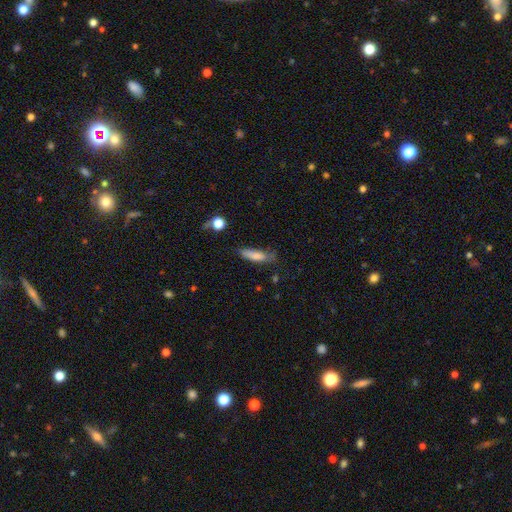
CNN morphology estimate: Smooth or featured?
  - smooth: 78% *
  - featured or disk: 14%
  - star or artifact: 8%
How rounded?
  - cigar-shaped: 60% *
  - in between: 38%
  - round: 2%
Merging?
  - none: 56% *
  - minor disturbance: 31%
  - major disturbance: 10%
  - merger: 4%